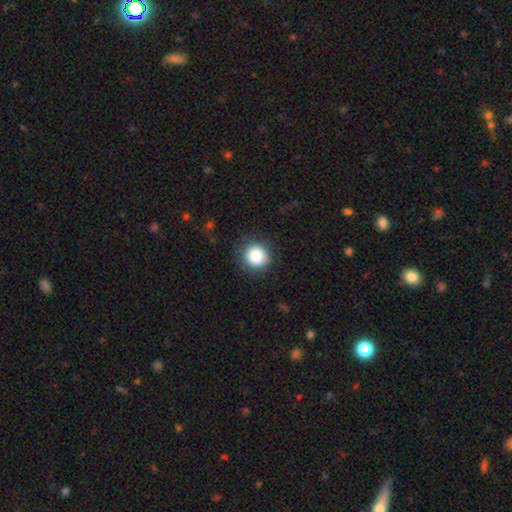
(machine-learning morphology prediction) Smooth or featured?
  - smooth: 86% *
  - star or artifact: 9%
  - featured or disk: 5%
How rounded?
  - round: 93% *
  - in between: 7%
  - cigar-shaped: 1%
Merging?
  - none: 86% *
  - minor disturbance: 9%
  - major disturbance: 3%
  - merger: 1%